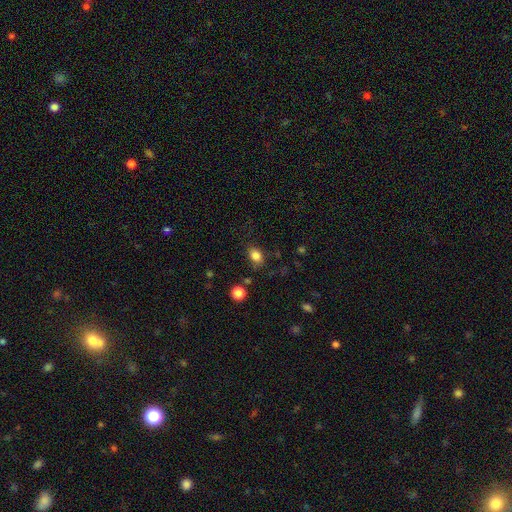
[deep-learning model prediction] Smooth or featured? Predicted: smooth (p=0.83). How rounded? Predicted: in between (p=0.68). Merging? Predicted: none (p=0.74).